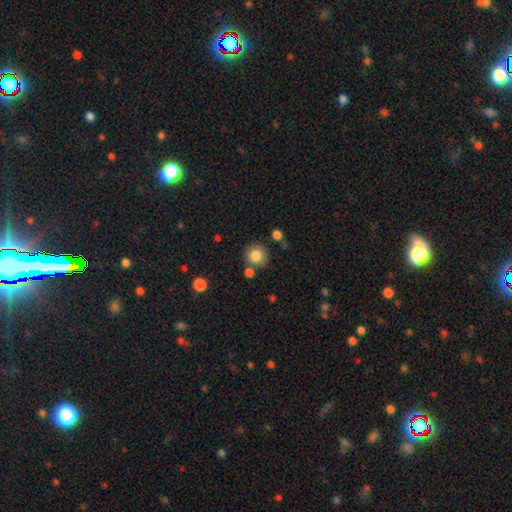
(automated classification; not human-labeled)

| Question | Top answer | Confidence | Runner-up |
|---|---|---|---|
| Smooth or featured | smooth | 83% | star or artifact (10%) |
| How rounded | round | 90% | in between (9%) |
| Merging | none | 75% | minor disturbance (11%) |